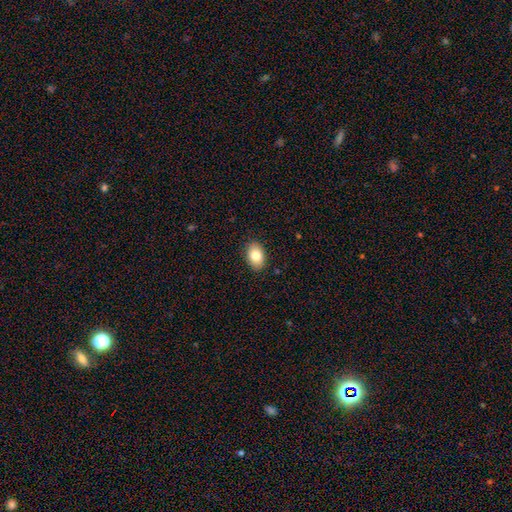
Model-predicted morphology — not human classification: A smooth galaxy with no disk features (83%) that is in between round and cigar-shaped (84%). Merging: none (89%).